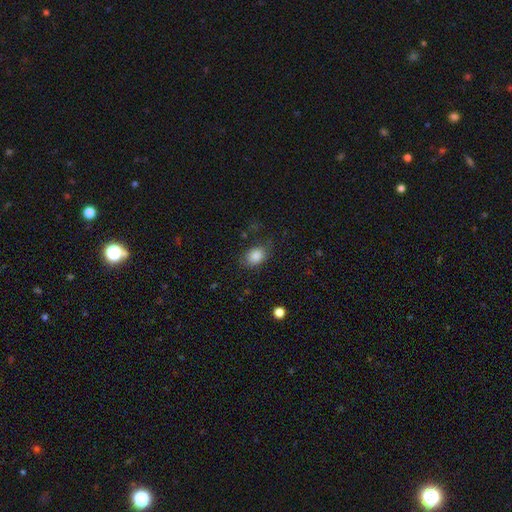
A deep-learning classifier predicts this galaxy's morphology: Overall: smooth (85%). How rounded: in between (68%; round 30%). Merging: none (74%).